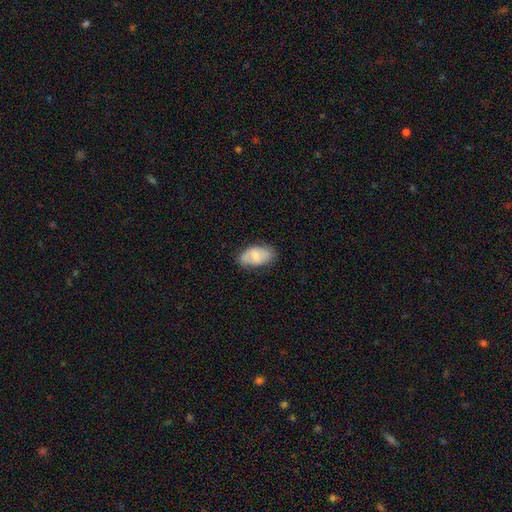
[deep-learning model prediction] Smooth or featured: smooth — 63% (featured or disk — 31%)
How rounded: in between — 93% (round — 5%)
Merging: none — 72% (minor disturbance — 22%)